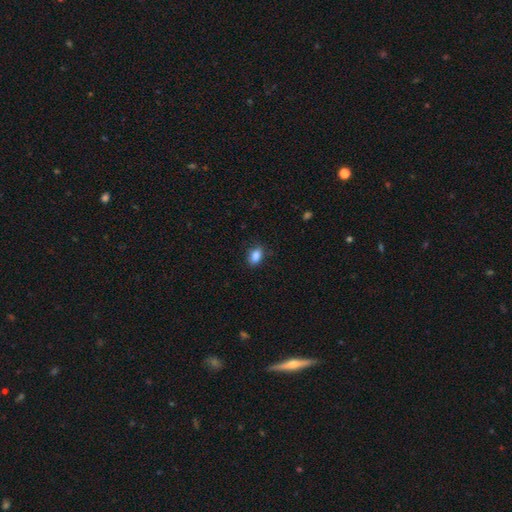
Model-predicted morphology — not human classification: type=smooth (87%); roundness=in between (86%); merging=none (82%).